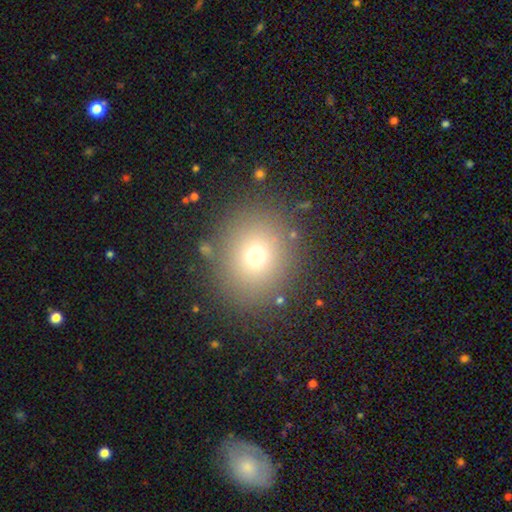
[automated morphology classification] Q: Smooth or featured?
A: smooth (71%); runner-up: star or artifact (18%)
Q: How rounded?
A: round (80%); runner-up: in between (19%)
Q: Merging?
A: none (85%); runner-up: minor disturbance (8%)